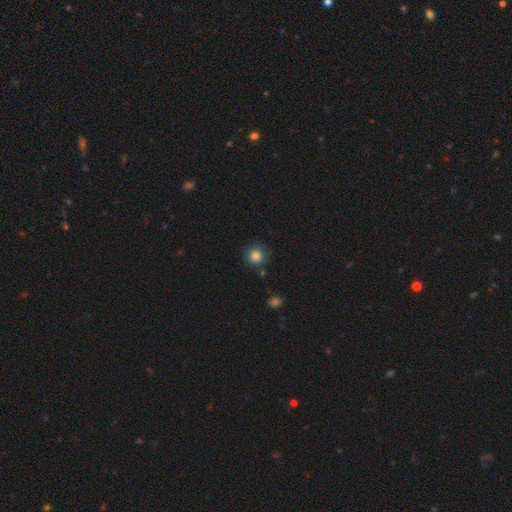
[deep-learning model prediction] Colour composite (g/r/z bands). It shows a smooth galaxy with no disk features (84%) that is round (93%). Merging: none (86%).